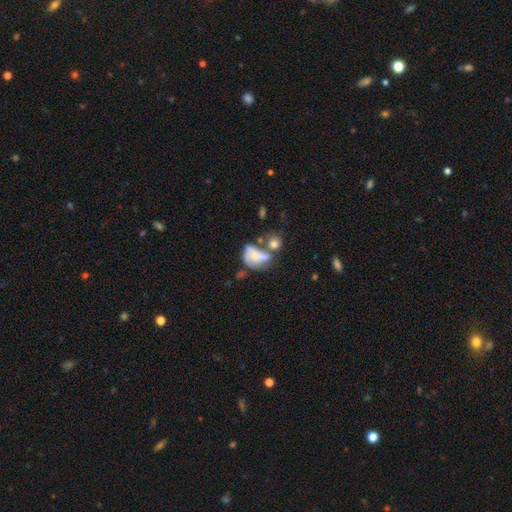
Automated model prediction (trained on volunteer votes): Smooth or featured?
  - smooth: 46% *
  - featured or disk: 44%
  - star or artifact: 10%
Merging?
  - merger: 44% *
  - major disturbance: 23%
  - none: 18%
  - minor disturbance: 15%